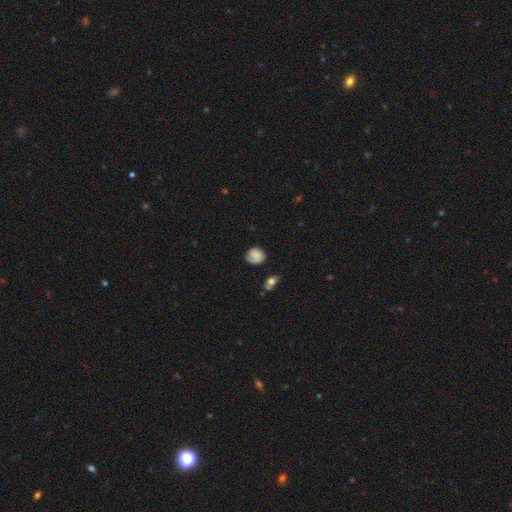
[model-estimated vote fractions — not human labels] A smooth galaxy with no disk features (74%) that is round (71%). Merging: none (65%).